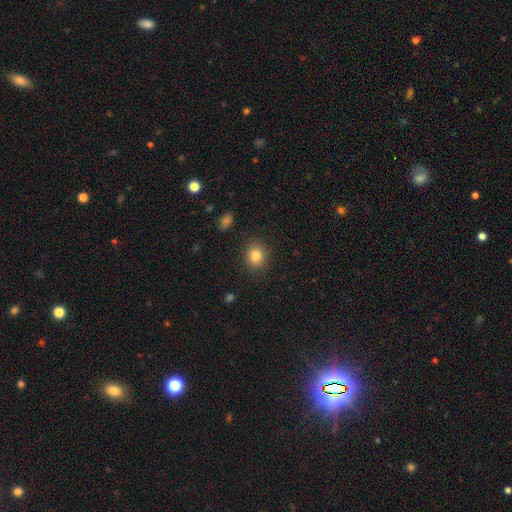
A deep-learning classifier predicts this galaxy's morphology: A smooth galaxy with no disk features (82%) that is round (76%). Merging: none (89%).